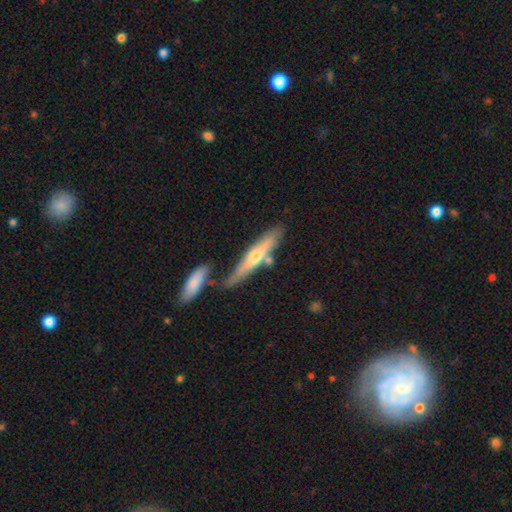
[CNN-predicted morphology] A featured or disk galaxy (63%) viewed edge-on (88%) with a rounded central bulge (84%). Merging: none (67%).